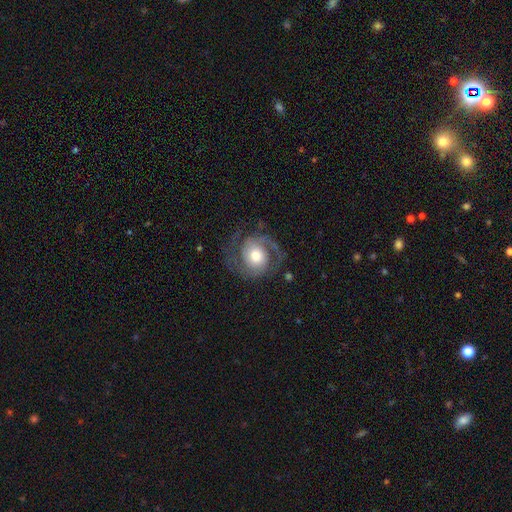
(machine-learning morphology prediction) Smooth or featured: featured or disk — 83% (smooth — 11%)
Edge-on disk: no — 98% (yes — 2%)
Bar: no — 73% (weak — 22%)
Spiral arms: yes — 96% (no — 4%)
Spiral winding: medium — 48% (tight — 36%)
Spiral arm count: 2 — 87% (can't tell — 4%)
Bulge size: moderate — 55% (large — 29%)
Merging: none — 71% (minor disturbance — 15%)